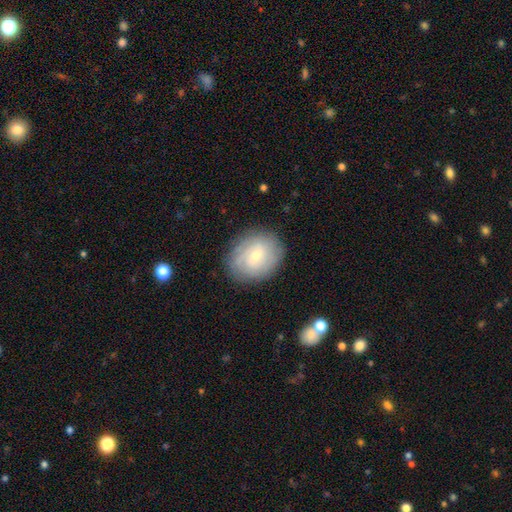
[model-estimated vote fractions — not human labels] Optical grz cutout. It shows a featured or disk galaxy (54%) with no bar (60%), spiral arms (78%) and a small central bulge (60%). Merging: none (83%).